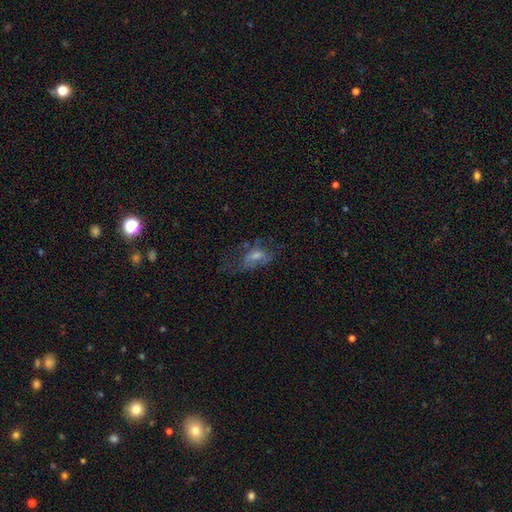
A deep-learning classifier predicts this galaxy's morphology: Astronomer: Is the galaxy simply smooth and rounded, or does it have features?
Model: featured or disk — 48% (runner-up: smooth, 33%).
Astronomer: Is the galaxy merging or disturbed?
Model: none — 47% (runner-up: major disturbance, 29%).